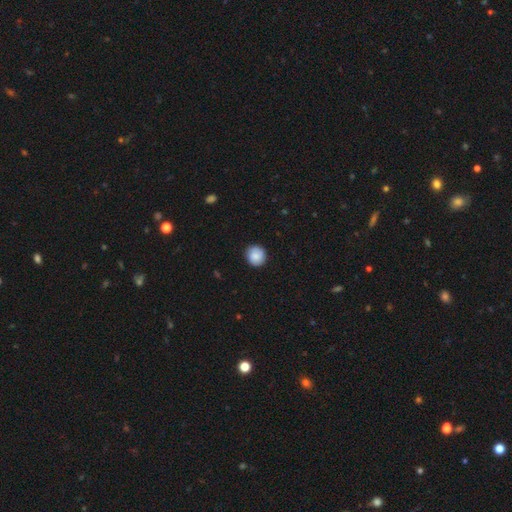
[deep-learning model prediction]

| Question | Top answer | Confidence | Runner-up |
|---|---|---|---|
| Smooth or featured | smooth | 83% | featured or disk (9%) |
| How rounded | round | 90% | in between (10%) |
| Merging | none | 86% | minor disturbance (10%) |